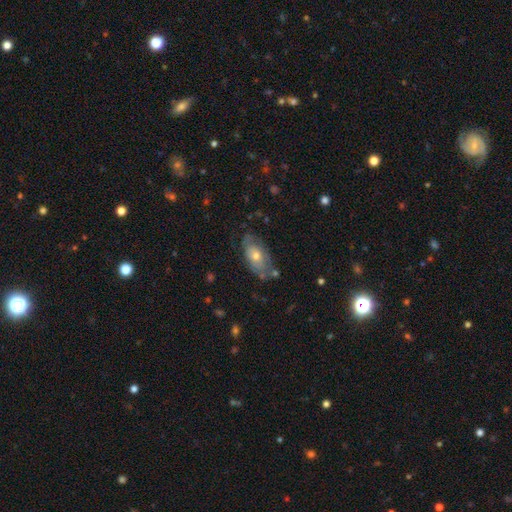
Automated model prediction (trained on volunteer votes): A smooth galaxy with no disk features (52%) that is in between round and cigar-shaped (89%). Merging: none (56%).